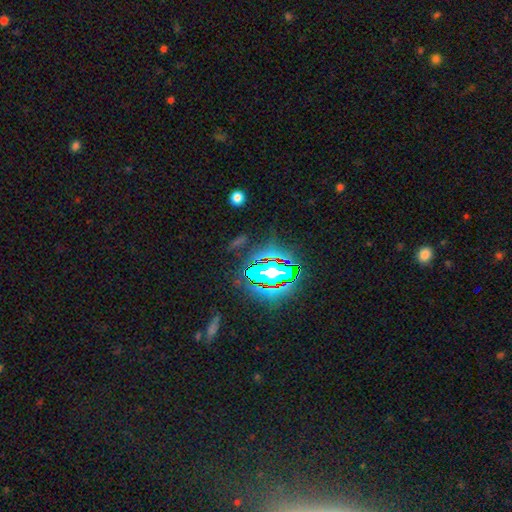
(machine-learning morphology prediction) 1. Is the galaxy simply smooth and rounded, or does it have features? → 75% star or artifact, 12% smooth, 12% featured or disk.